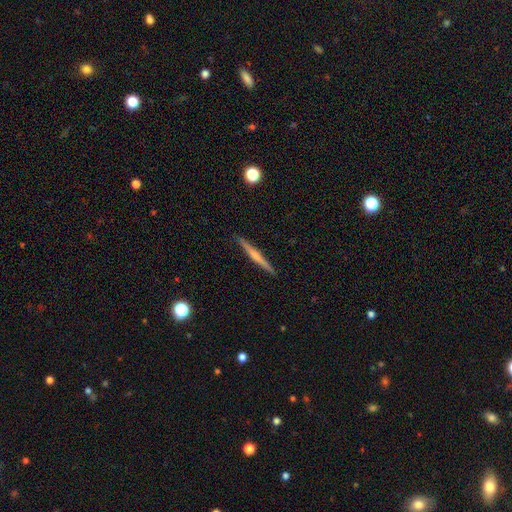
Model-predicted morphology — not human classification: featured or disk 57%, smooth 37%, star or artifact 6%. Down the decision tree: edge-on disk — yes (98%); edge-on bulge — rounded (51%); merging — none (92%).